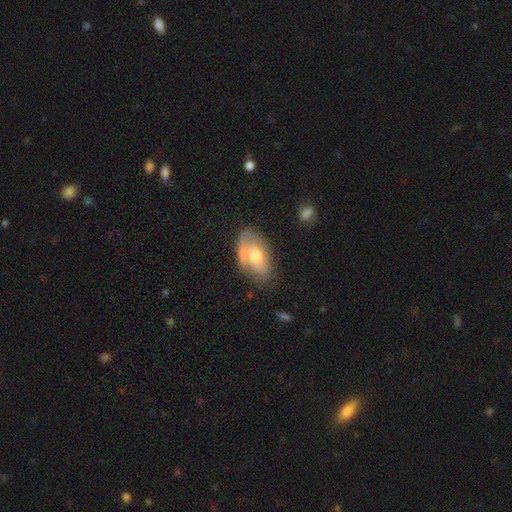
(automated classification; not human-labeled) Smooth or featured?
  - featured or disk: 52% *
  - smooth: 42%
  - star or artifact: 6%
Edge-on disk?
  - no: 91% *
  - yes: 9%
Merging?
  - none: 56% *
  - minor disturbance: 27%
  - major disturbance: 12%
  - merger: 5%